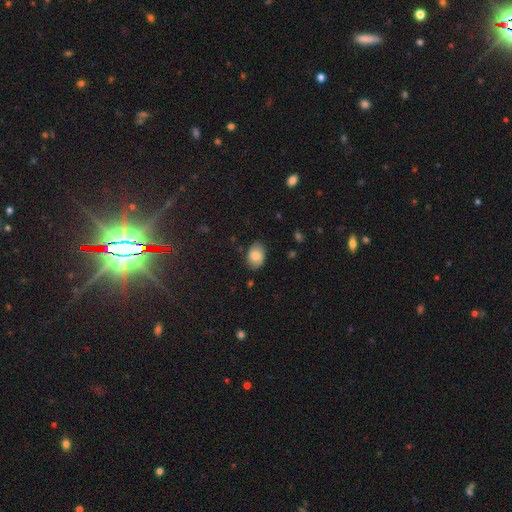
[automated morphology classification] A smooth galaxy with no disk features (79%) that is in between round and cigar-shaped (83%). Merging: none (78%).